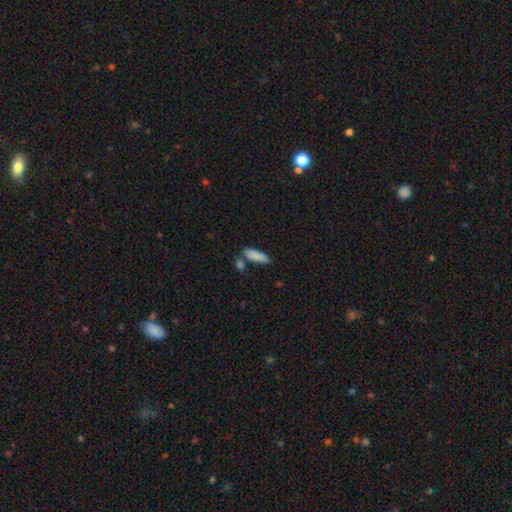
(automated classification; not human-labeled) A smooth galaxy with no disk features (87%) that is in between round and cigar-shaped (58%).

Vote fractions:
- Smooth or featured? smooth: 87% / featured or disk: 7% / star or artifact: 7%
- How rounded? in between: 58% / cigar-shaped: 40% / round: 2%
- Merging? none: 67% / merger: 16% / minor disturbance: 14% / major disturbance: 4%